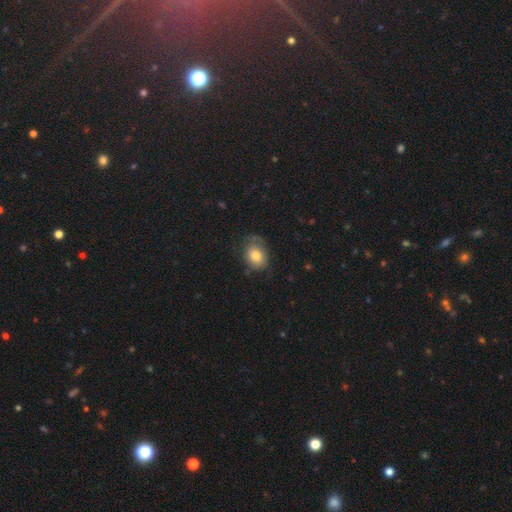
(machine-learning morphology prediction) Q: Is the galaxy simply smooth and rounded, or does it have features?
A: smooth — 75%.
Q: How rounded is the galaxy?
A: in between — 59%.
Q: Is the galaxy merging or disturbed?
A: none — 58%.